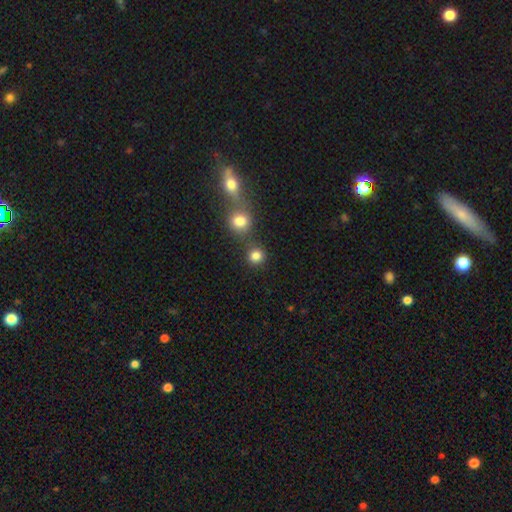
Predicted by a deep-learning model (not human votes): Smooth or featured? Predicted: smooth (p=0.83). How rounded? Predicted: round (p=0.89). Merging? Predicted: none (p=0.67).